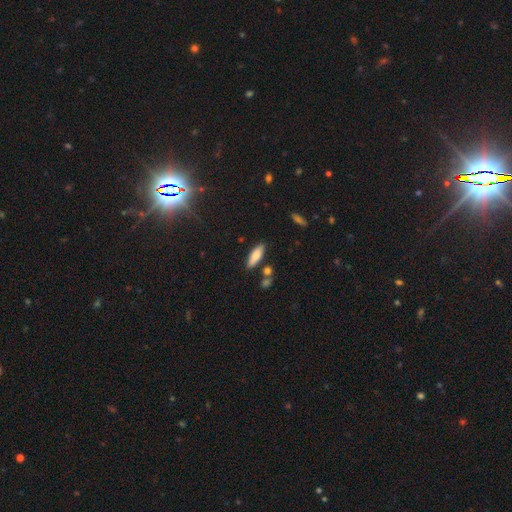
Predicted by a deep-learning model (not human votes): The model was most divided on "how rounded": in between: 56%, cigar-shaped: 42%, round: 2%. More confident: merging — none (81%); smooth or featured — smooth (77%).